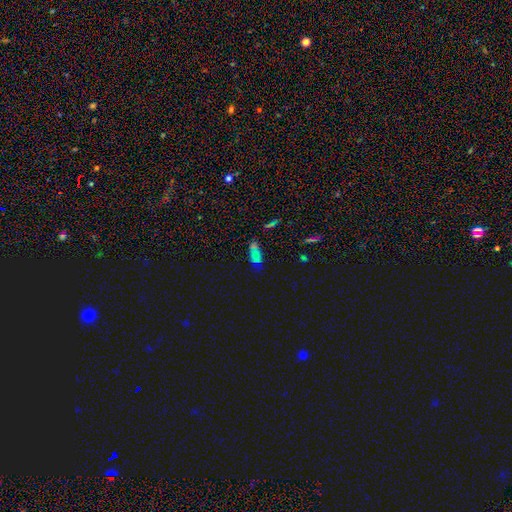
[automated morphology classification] Smooth or featured? smooth (57%)
How rounded? in between (76%)
Merging? none (46%)